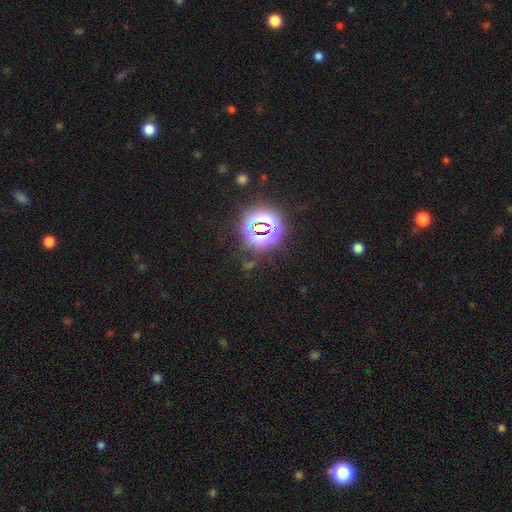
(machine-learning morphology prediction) Smooth or featured? Predicted: star or artifact (p=0.85).